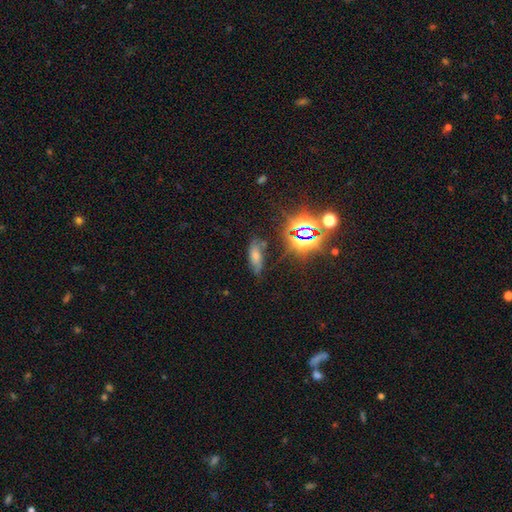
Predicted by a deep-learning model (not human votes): Morphology: type=star or artifact (44%).